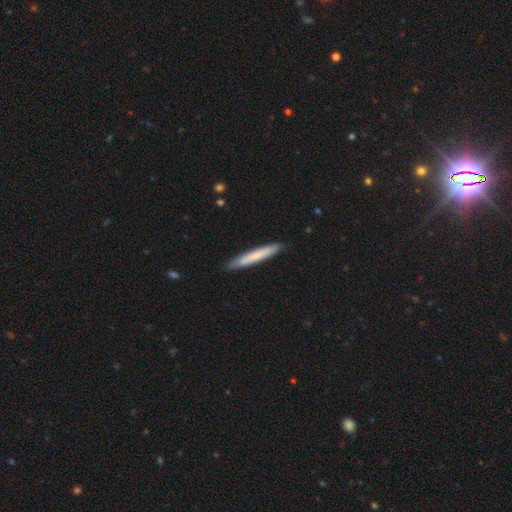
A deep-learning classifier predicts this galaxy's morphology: Smooth or featured? smooth (72%)
How rounded? cigar-shaped (95%)
Merging? none (89%)